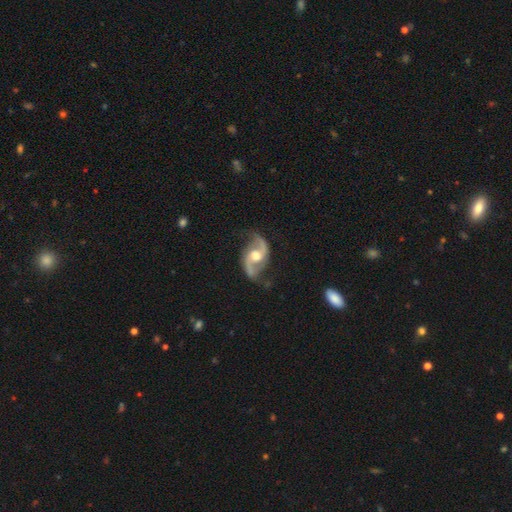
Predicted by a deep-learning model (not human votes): Smooth or featured? Predicted: featured or disk (p=0.91). Edge-on disk? Predicted: no (p=0.97). Bar? Predicted: no (p=0.48). Spiral arms? Predicted: yes (p=0.97). Spiral winding? Predicted: loose (p=0.48). Spiral arm count? Predicted: 2 (p=0.94). Bulge size? Predicted: moderate (p=0.69). Merging? Predicted: none (p=0.74).